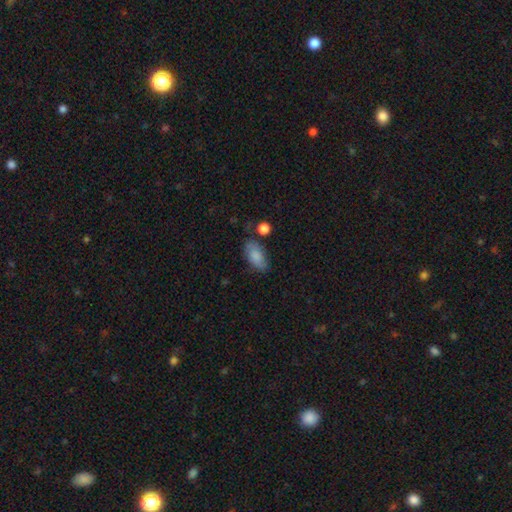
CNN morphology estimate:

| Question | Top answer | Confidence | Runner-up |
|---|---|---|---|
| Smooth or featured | smooth | 78% | featured or disk (15%) |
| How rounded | in between | 92% | cigar-shaped (4%) |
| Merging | none | 67% | minor disturbance (22%) |